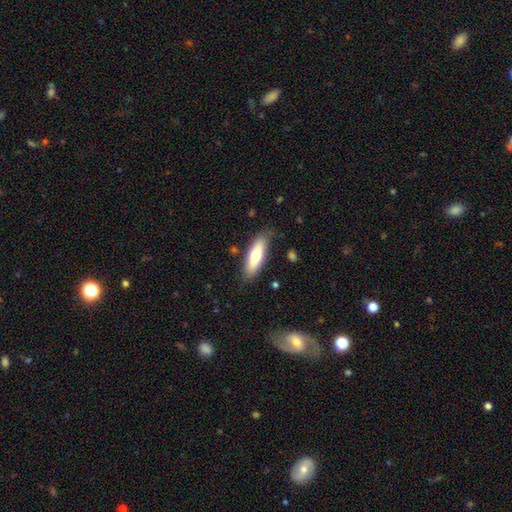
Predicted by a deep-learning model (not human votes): smooth 65%, featured or disk 29%, star or artifact 6%. Down the decision tree: how rounded — cigar-shaped (51%); merging — none (84%).